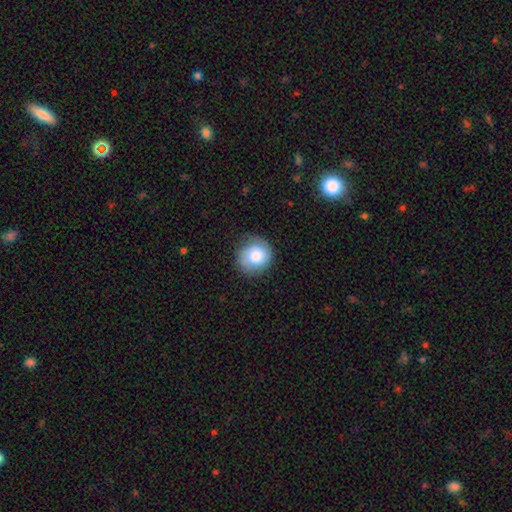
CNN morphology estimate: Smooth or featured: smooth — 73% (featured or disk — 20%)
How rounded: round — 87% (in between — 12%)
Merging: none — 78% (minor disturbance — 16%)